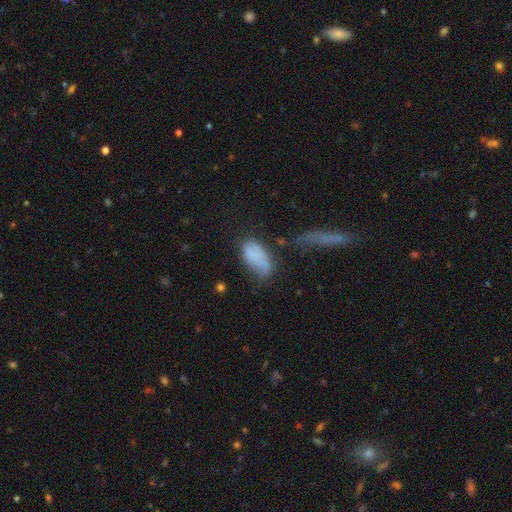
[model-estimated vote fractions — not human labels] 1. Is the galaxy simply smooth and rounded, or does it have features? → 69% smooth, 20% featured or disk, 10% star or artifact.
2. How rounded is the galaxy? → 92% in between, 5% cigar-shaped, 4% round.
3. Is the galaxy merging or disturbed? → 40% none, 32% minor disturbance, 19% major disturbance, 9% merger.